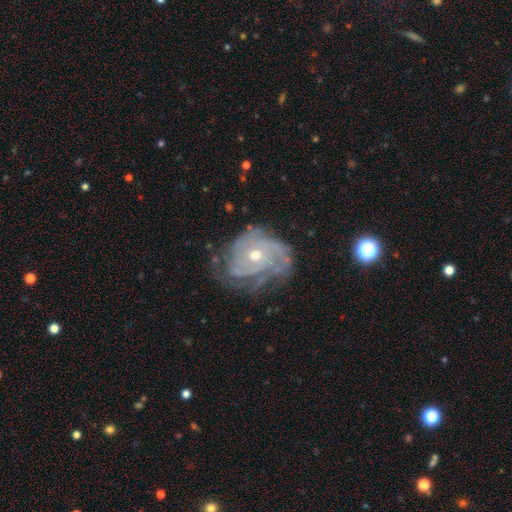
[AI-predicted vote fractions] smooth_or_featured: featured or disk (p=0.87) [alt: smooth p=0.06]
disk_edge_on: no (p=0.97) [alt: yes p=0.03]
bar: no (p=0.78) [alt: weak p=0.18]
has_spiral_arms: yes (p=0.95) [alt: no p=0.05]
spiral_winding: tight (p=0.68) [alt: medium p=0.26]
spiral_arm_count: can't tell (p=0.33) [alt: 3 p=0.23]
bulge_size: moderate (p=0.53) [alt: small p=0.44]
merging: none (p=0.62) [alt: minor disturbance p=0.24]